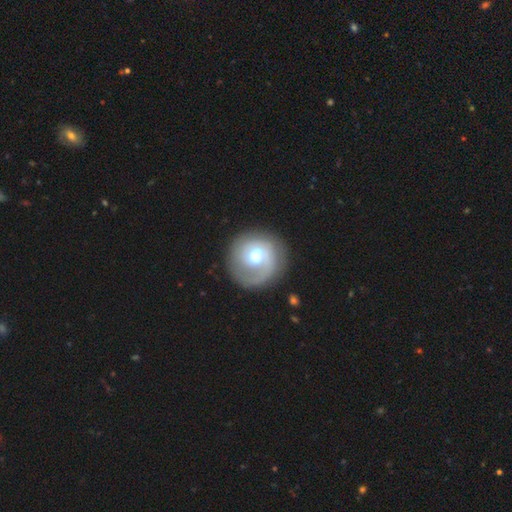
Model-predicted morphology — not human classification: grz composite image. It shows a featured or disk galaxy (57%) with no bar (56%), spiral arms (74%) and a moderate central bulge (67%). Merging: none (73%).